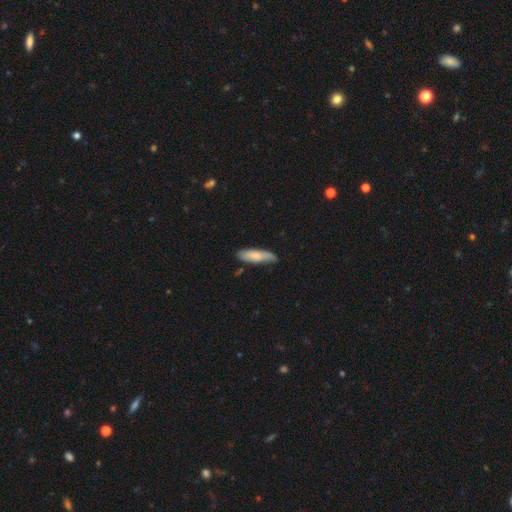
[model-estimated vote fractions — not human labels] A smooth galaxy with no disk features (71%) that is cigar-shaped (58%). Merging: none (73%).